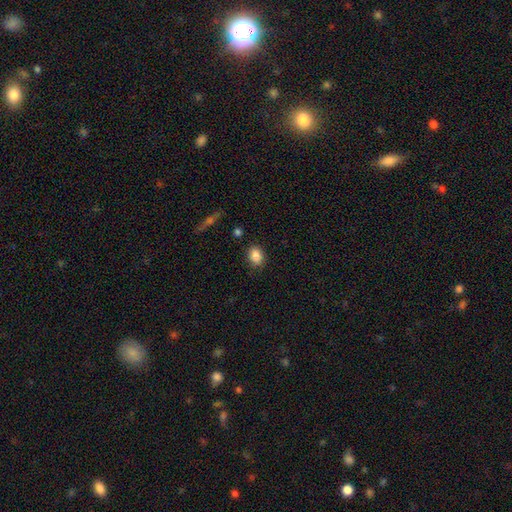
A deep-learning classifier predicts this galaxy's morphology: Smooth or featured? smooth (86%)
How rounded? in between (67%)
Merging? none (83%)